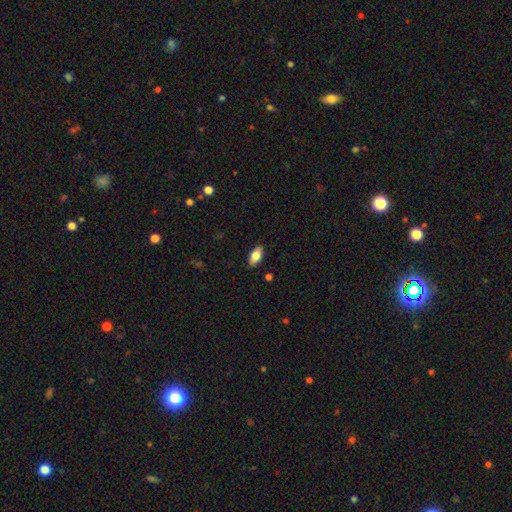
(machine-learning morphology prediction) Smooth or featured? Predicted: smooth (p=0.72). How rounded? Predicted: in between (p=0.87). Merging? Predicted: none (p=0.88).